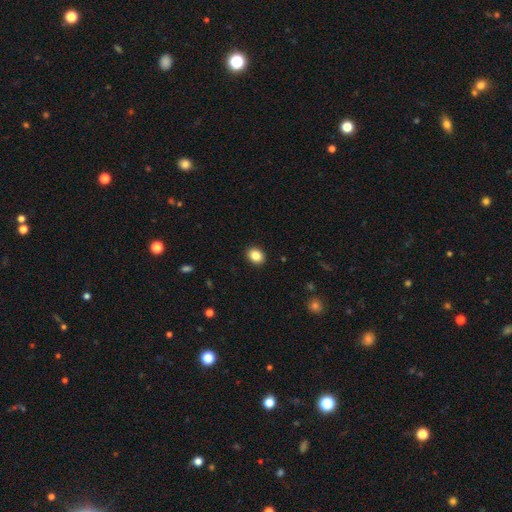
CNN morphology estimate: type=smooth (86%); roundness=in between (51%); merging=none (91%).